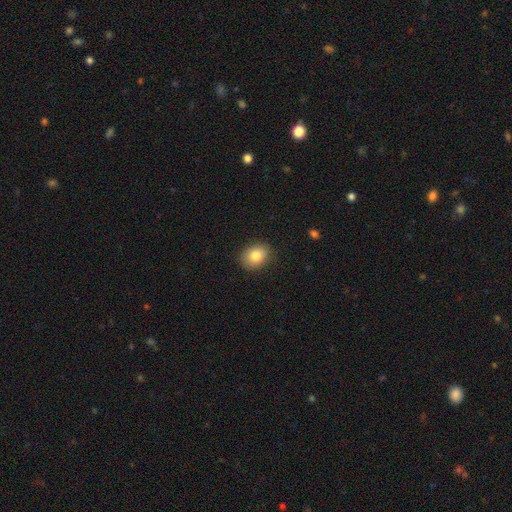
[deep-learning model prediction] smooth_or_featured: smooth (p=0.82) [alt: featured or disk p=0.09]
how_rounded: in between (p=0.59) [alt: round p=0.40]
merging: none (p=0.88) [alt: minor disturbance p=0.09]